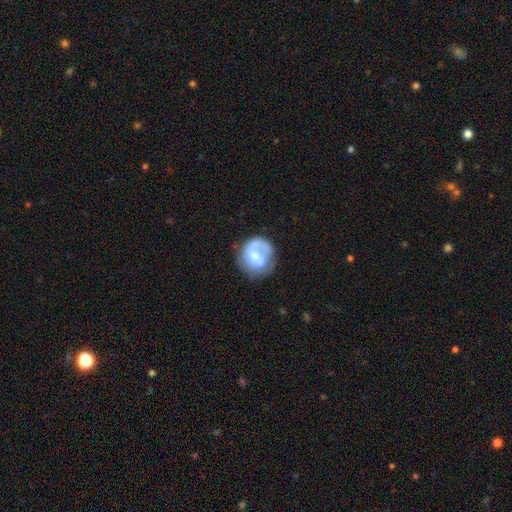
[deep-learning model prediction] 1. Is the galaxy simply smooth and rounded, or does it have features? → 48% featured or disk, 45% smooth, 7% star or artifact.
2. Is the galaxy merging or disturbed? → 53% none, 20% minor disturbance, 17% major disturbance, 9% merger.